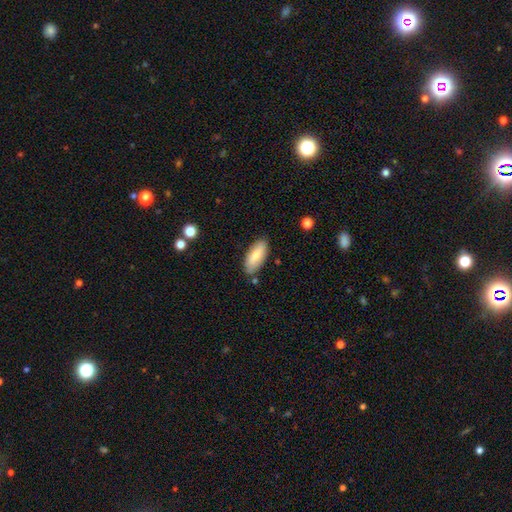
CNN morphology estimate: Smooth or featured?
  - smooth: 78% *
  - featured or disk: 16%
  - star or artifact: 6%
How rounded?
  - in between: 83% *
  - cigar-shaped: 15%
  - round: 2%
Merging?
  - none: 81% *
  - minor disturbance: 13%
  - merger: 3%
  - major disturbance: 3%